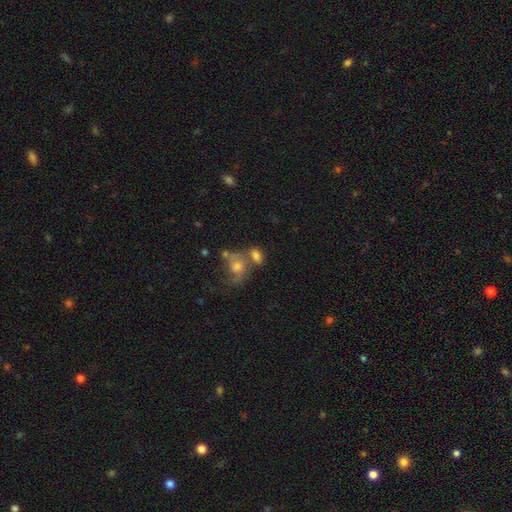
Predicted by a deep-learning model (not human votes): Morphology: type=smooth (64%); roundness=in between (79%); merging=merger (40%).